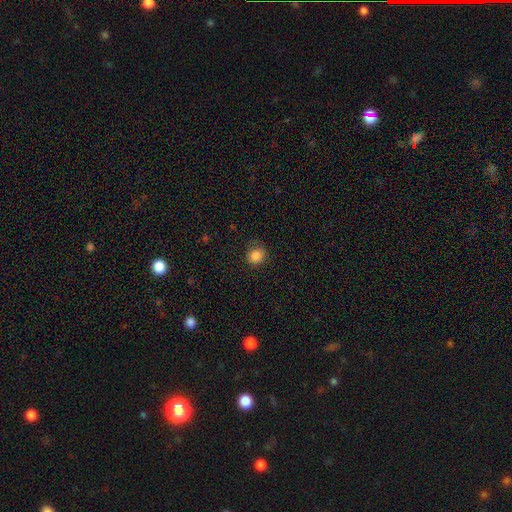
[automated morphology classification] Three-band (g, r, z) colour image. It shows a smooth galaxy with no disk features (84%) that is round (82%). Merging: none (77%).